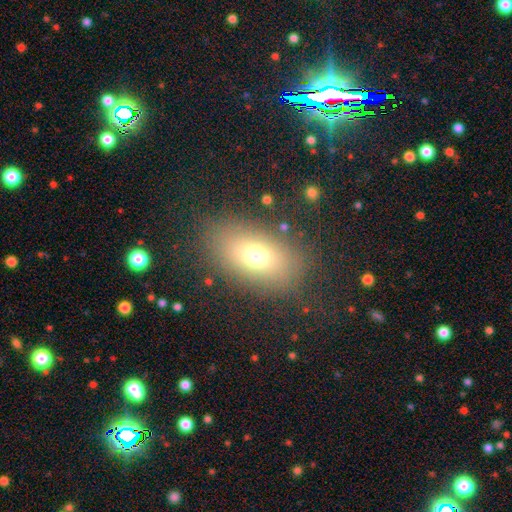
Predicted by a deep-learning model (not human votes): A smooth galaxy with no disk features (71%) that is in between round and cigar-shaped (85%). Merging: none (82%).